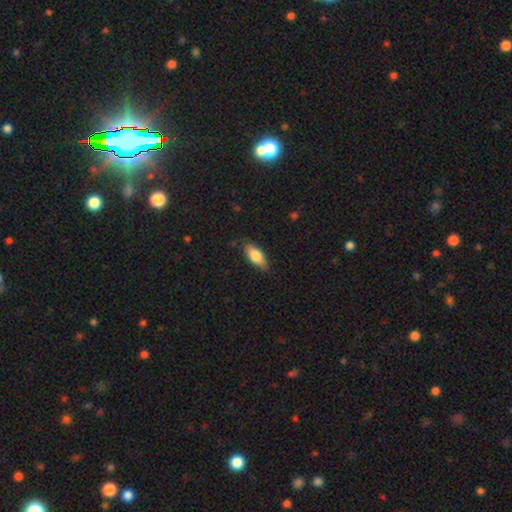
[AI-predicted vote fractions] This is likely a smooth galaxy (78%). How rounded: clearly in between (80%). Merging: clearly none (81%).